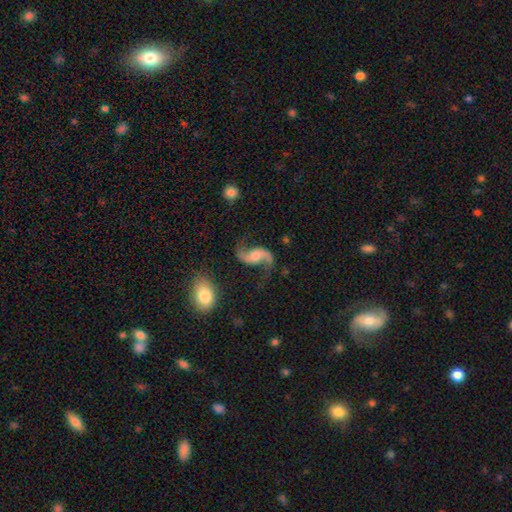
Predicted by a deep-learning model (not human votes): The model was most divided on "bulge size": moderate: 42%, small: 30%, none: 14%, large: 12%, dominant: 2%. More confident: edge-on disk — no (97%); spiral arms — yes (97%); spiral arm count — 2 (94%); smooth or featured — featured or disk (90%); spiral winding — loose (85%); merging — none (74%); bar — no (53%).